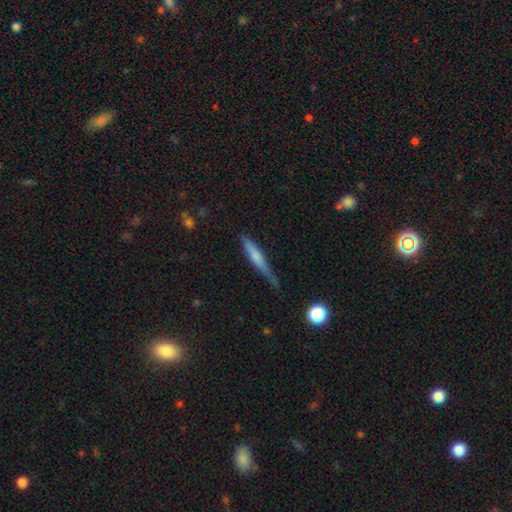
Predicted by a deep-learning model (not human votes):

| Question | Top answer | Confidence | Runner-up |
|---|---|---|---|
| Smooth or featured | smooth | 58% | featured or disk (36%) |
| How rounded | cigar-shaped | 91% | in between (8%) |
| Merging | none | 56% | minor disturbance (32%) |